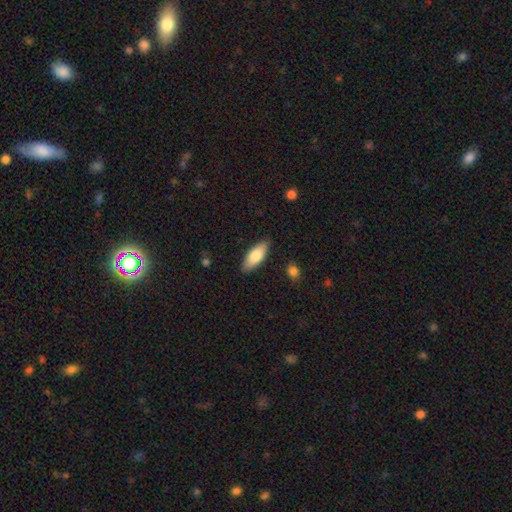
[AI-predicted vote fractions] The model was most divided on "how rounded": in between: 73%, cigar-shaped: 25%, round: 2%. More confident: merging — none (87%); smooth or featured — smooth (77%).